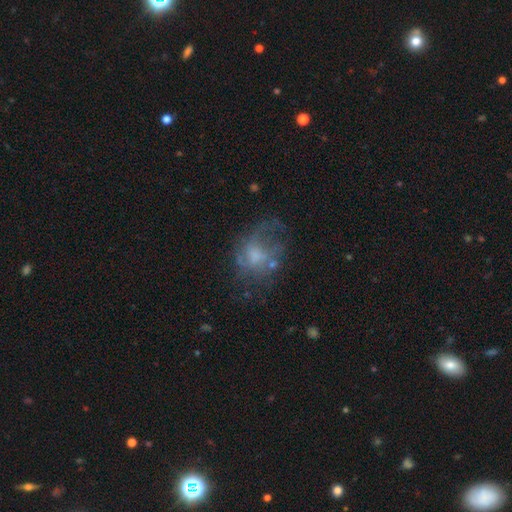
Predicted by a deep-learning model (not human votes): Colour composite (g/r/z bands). It shows a featured or disk galaxy (50%). Merging: major disturbance (38%).